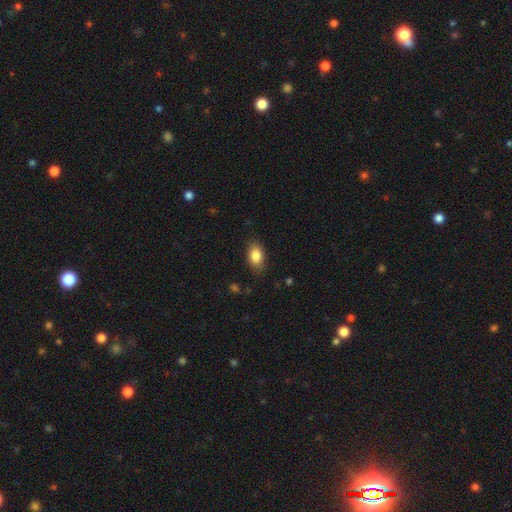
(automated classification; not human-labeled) Smooth or featured? Predicted: smooth (p=0.85). How rounded? Predicted: in between (p=0.88). Merging? Predicted: none (p=0.84).